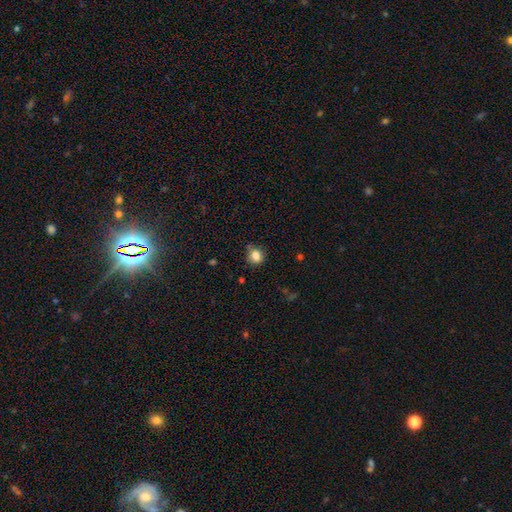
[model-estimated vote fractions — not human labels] This is clearly a smooth galaxy (82%). How rounded: clearly round (82%). Merging: likely none (73%).